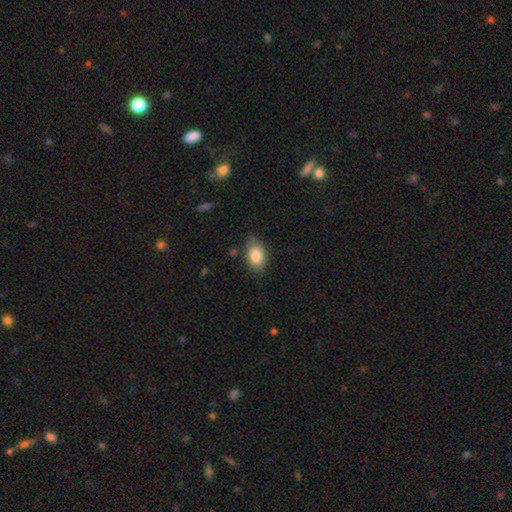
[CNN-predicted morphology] A smooth galaxy with no disk features (85%) that is in between round and cigar-shaped (90%). Merging: none (73%).